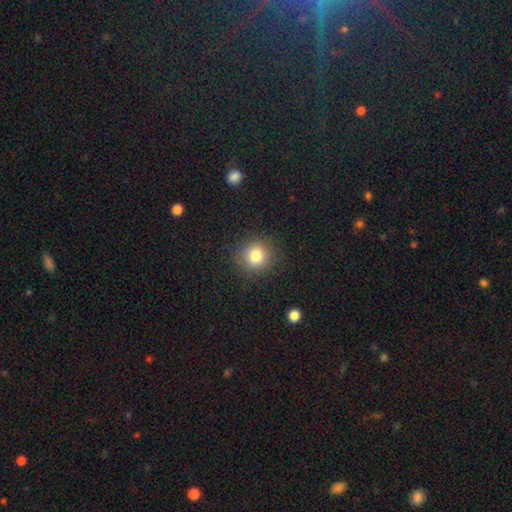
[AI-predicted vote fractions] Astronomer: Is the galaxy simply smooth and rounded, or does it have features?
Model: smooth — 82%.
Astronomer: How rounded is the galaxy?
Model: round — 91%.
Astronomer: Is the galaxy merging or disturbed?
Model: none — 89%.